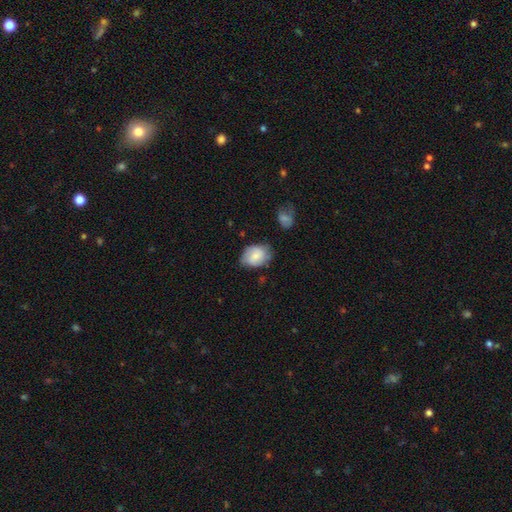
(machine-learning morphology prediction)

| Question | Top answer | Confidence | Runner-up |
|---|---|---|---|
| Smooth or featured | smooth | 71% | featured or disk (22%) |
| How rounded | in between | 67% | round (32%) |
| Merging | none | 59% | minor disturbance (30%) |